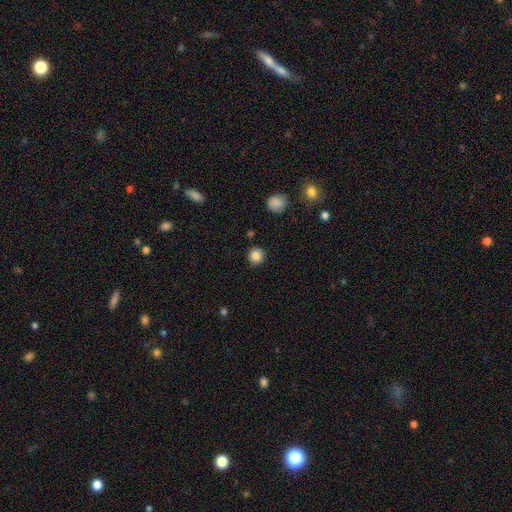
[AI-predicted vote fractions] This is clearly a smooth galaxy (85%). How rounded: clearly round (94%). Merging: clearly none (90%).